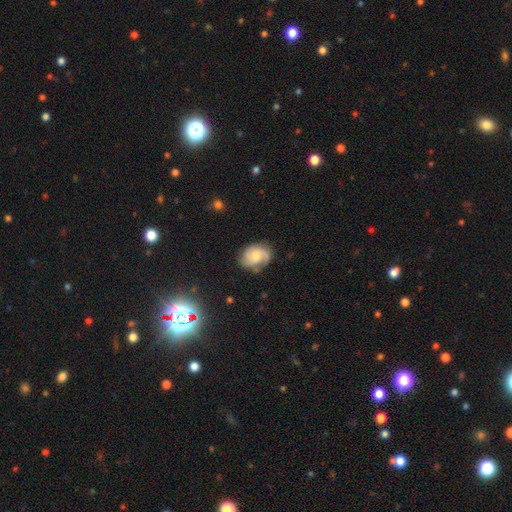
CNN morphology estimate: This appears to be a featured or disk galaxy (70%) with no bar (59%), 2 (38%) medium (47%) spiral arms (95%) and a moderate central bulge (41%). Merging: none (72%).